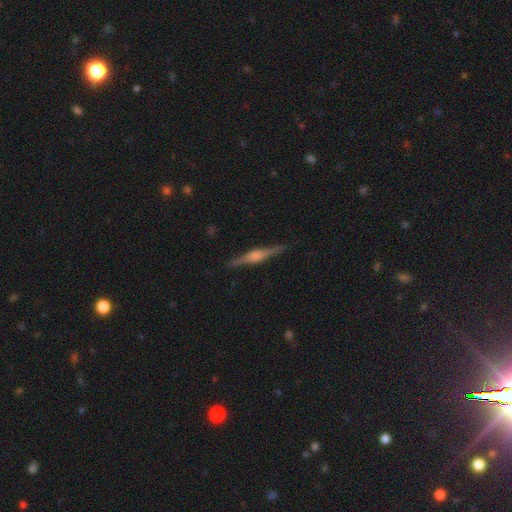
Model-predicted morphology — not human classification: A featured or disk galaxy (78%) viewed edge-on (98%) with a rounded central bulge (70%). Merging: none (90%).